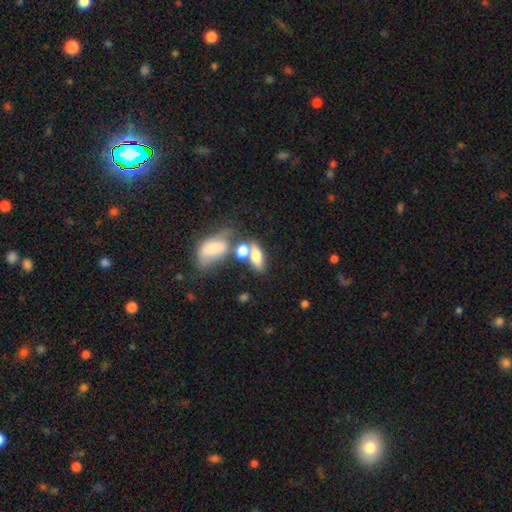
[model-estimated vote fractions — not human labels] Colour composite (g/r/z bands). It shows a smooth galaxy with no disk features (67%) that is in between round and cigar-shaped (79%). Merging: merger (47%).